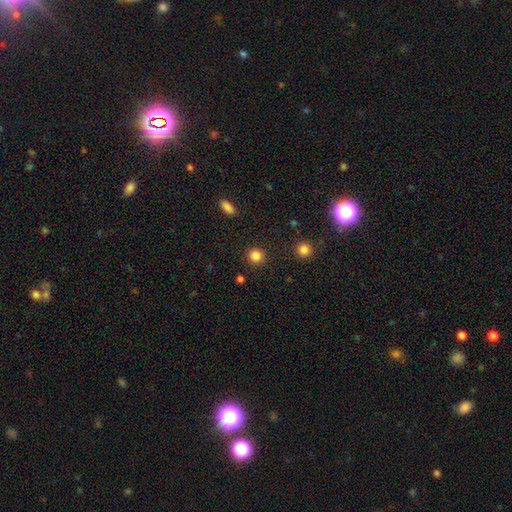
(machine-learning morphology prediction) A smooth galaxy with no disk features (84%) that is round (92%).

Vote fractions:
- Smooth or featured? smooth: 84% / star or artifact: 12% / featured or disk: 4%
- How rounded? round: 92% / in between: 7% / cigar-shaped: 1%
- Merging? none: 91% / minor disturbance: 6% / major disturbance: 2% / merger: 1%